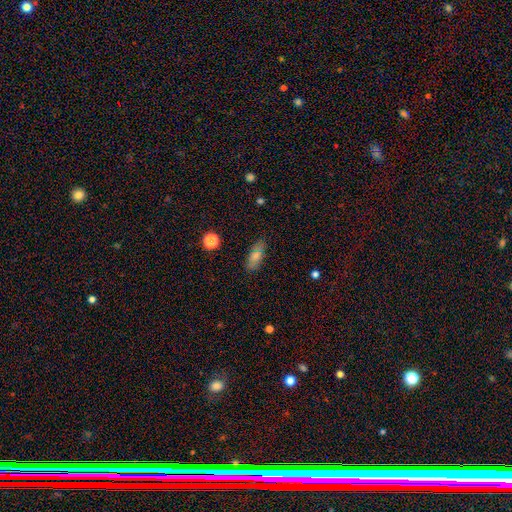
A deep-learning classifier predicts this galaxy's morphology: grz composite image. It shows a smooth galaxy with no disk features (76%) that is in between round and cigar-shaped (74%). Merging: none (83%).